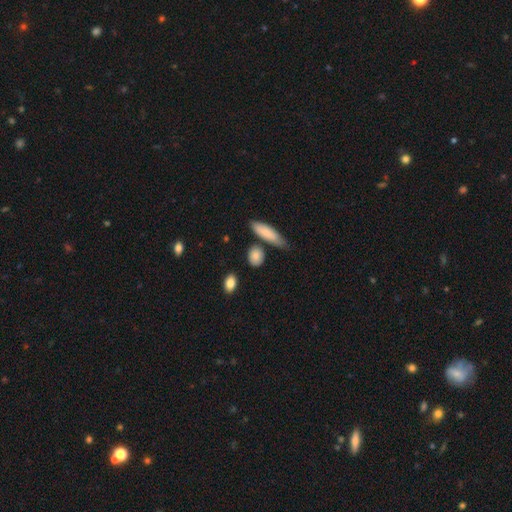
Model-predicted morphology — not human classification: A smooth galaxy with no disk features (84%) that is in between round and cigar-shaped (47%).

Vote fractions:
- Smooth or featured? smooth: 84% / featured or disk: 9% / star or artifact: 7%
- How rounded? in between: 47% / round: 39% / cigar-shaped: 14%
- Merging? none: 77% / minor disturbance: 13% / merger: 7% / major disturbance: 3%